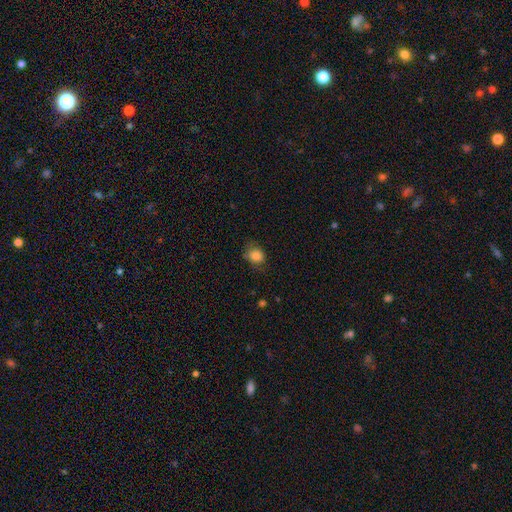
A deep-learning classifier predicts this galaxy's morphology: smooth_or_featured: smooth (p=0.84) [alt: star or artifact p=0.10]
how_rounded: round (p=0.61) [alt: in between p=0.38]
merging: none (p=0.67) [alt: minor disturbance p=0.24]